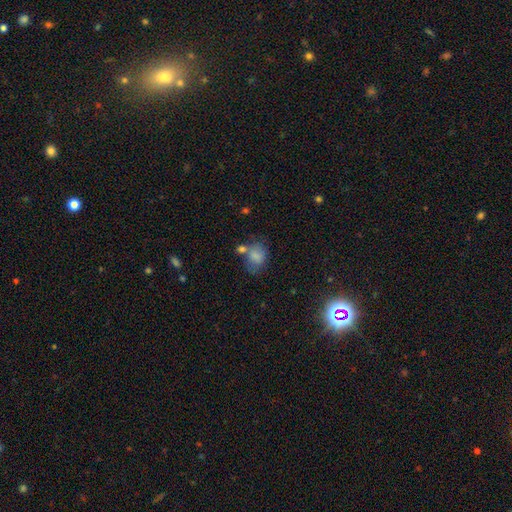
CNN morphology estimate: Smooth or featured: smooth — 79% (star or artifact — 11%)
How rounded: in between — 57% (round — 42%)
Merging: none — 44% (merger — 23%)